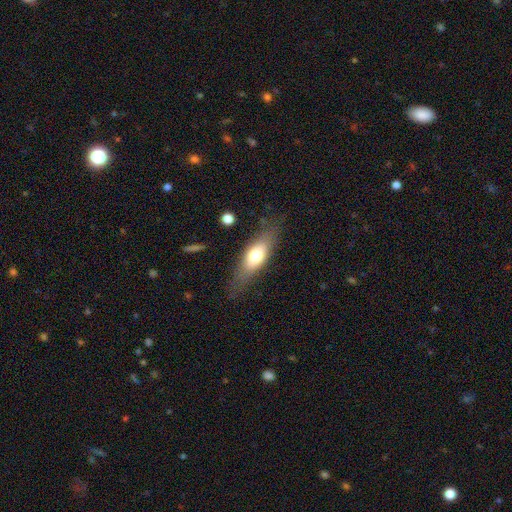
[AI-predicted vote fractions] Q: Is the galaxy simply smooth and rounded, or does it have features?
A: smooth — 63%.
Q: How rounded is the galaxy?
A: in between — 65%.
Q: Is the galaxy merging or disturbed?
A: none — 72%.